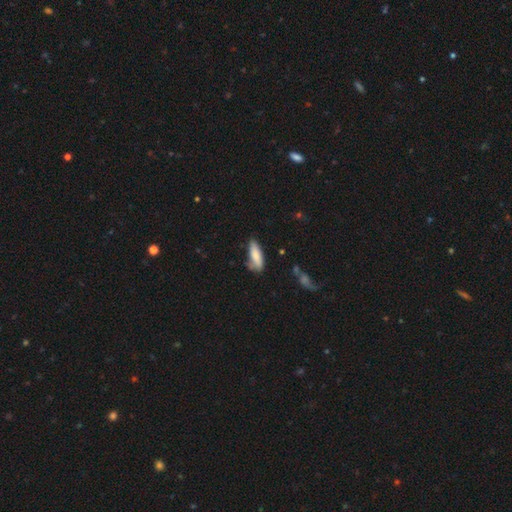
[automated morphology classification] Smooth or featured: smooth — 79% (featured or disk — 15%)
How rounded: in between — 54% (cigar-shaped — 44%)
Merging: none — 57% (minor disturbance — 30%)